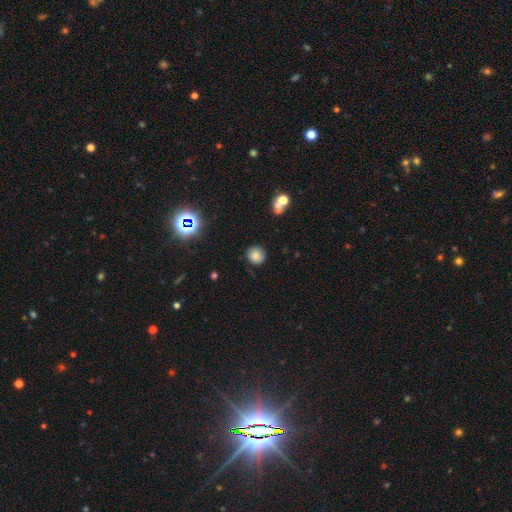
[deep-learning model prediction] This appears to be a smooth galaxy with no disk features (77%) that is round (90%). Merging: none (83%).